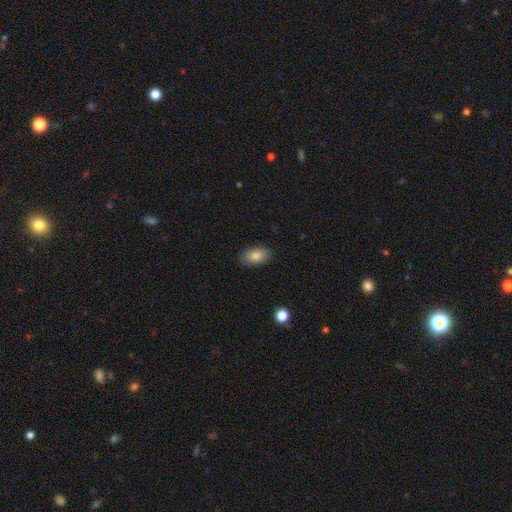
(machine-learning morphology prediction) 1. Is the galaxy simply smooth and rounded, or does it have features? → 84% smooth, 8% featured or disk, 8% star or artifact.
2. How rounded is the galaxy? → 93% in between, 5% round, 2% cigar-shaped.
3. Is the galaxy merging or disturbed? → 87% none, 10% minor disturbance, 2% major disturbance, 1% merger.